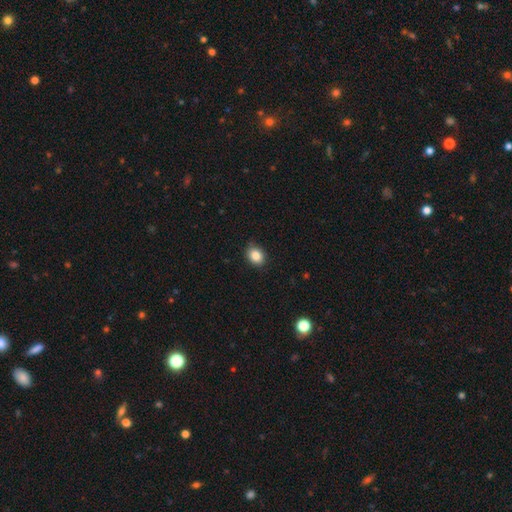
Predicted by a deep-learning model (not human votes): smooth 86%, star or artifact 9%, featured or disk 5%. Down the decision tree: how rounded — in between (54%); merging — none (87%).